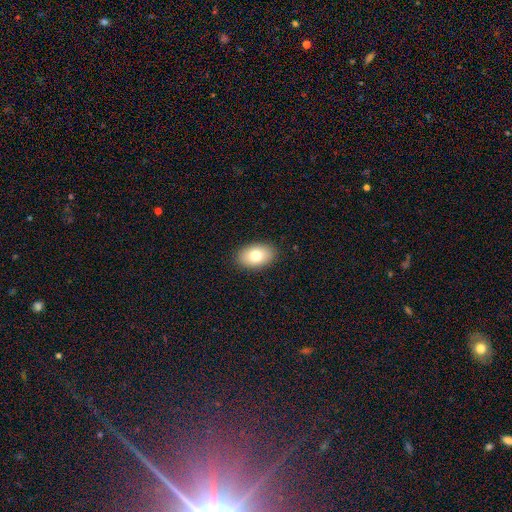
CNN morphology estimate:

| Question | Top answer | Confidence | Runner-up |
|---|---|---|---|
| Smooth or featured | smooth | 78% | featured or disk (14%) |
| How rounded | in between | 90% | round (9%) |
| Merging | none | 89% | minor disturbance (8%) |